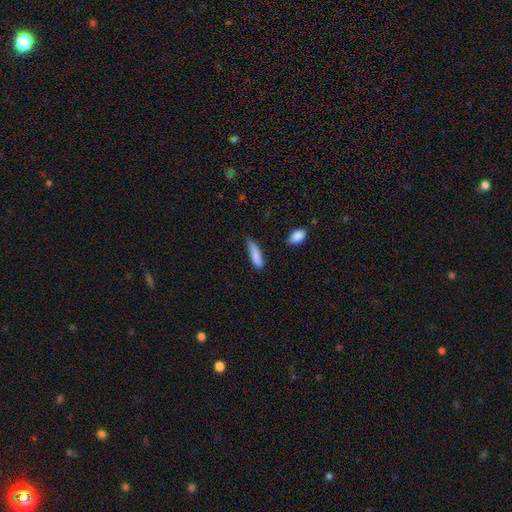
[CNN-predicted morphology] smooth 84%, featured or disk 9%, star or artifact 7%. Down the decision tree: how rounded — cigar-shaped (59%); merging — none (52%).